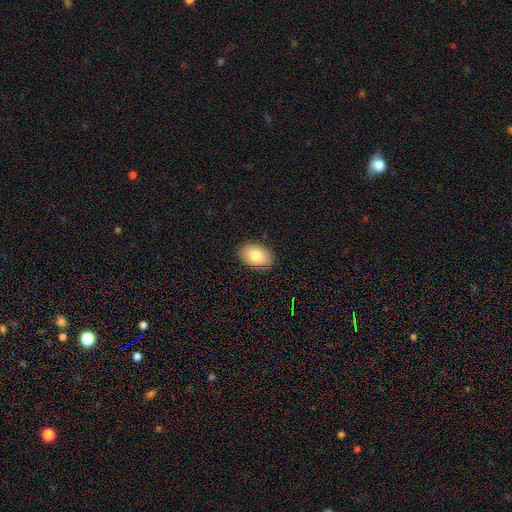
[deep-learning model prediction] A smooth galaxy with no disk features (82%) that is in between round and cigar-shaped (88%). Merging: none (89%).